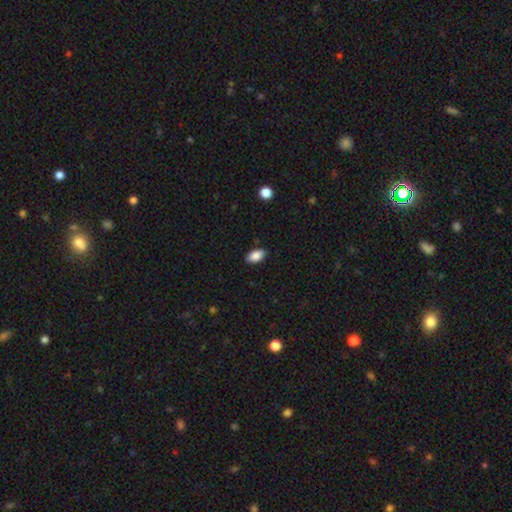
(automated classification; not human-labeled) Smooth or featured? smooth (88%)
How rounded? in between (93%)
Merging? none (88%)